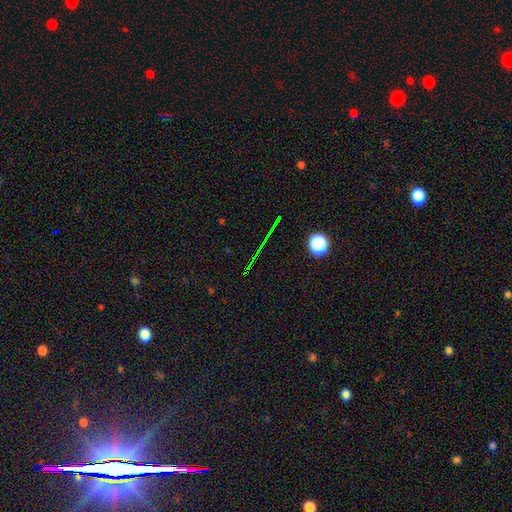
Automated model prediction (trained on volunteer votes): Overall: star or artifact (76%).